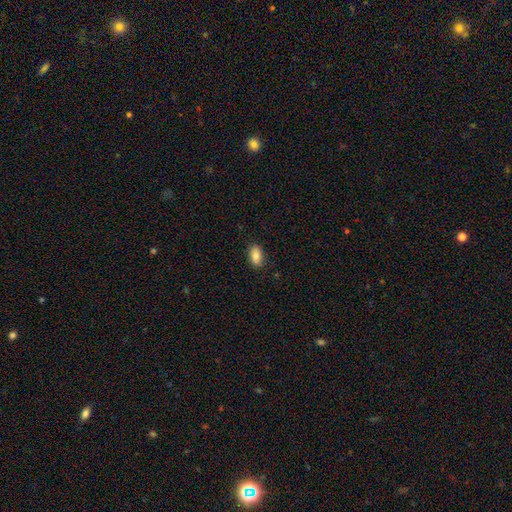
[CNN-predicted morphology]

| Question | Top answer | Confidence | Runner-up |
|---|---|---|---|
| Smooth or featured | smooth | 83% | featured or disk (9%) |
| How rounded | in between | 90% | round (7%) |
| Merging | none | 85% | minor disturbance (11%) |